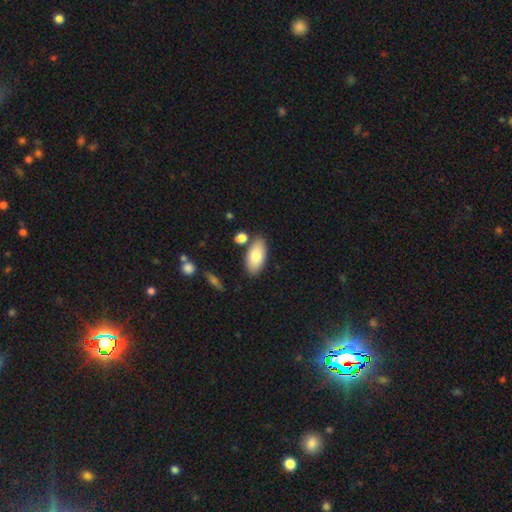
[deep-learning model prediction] Smooth or featured?
  - smooth: 79% *
  - featured or disk: 15%
  - star or artifact: 6%
How rounded?
  - in between: 92% *
  - cigar-shaped: 5%
  - round: 3%
Merging?
  - none: 77% *
  - minor disturbance: 11%
  - merger: 9%
  - major disturbance: 3%